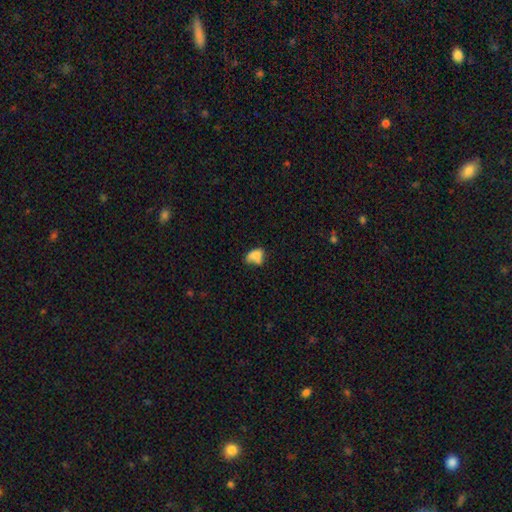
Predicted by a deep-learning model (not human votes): The model was most divided on "merging": none: 33%, merger: 28%, minor disturbance: 25%, major disturbance: 15%. More confident: how rounded — in between (79%); smooth or featured — smooth (72%).